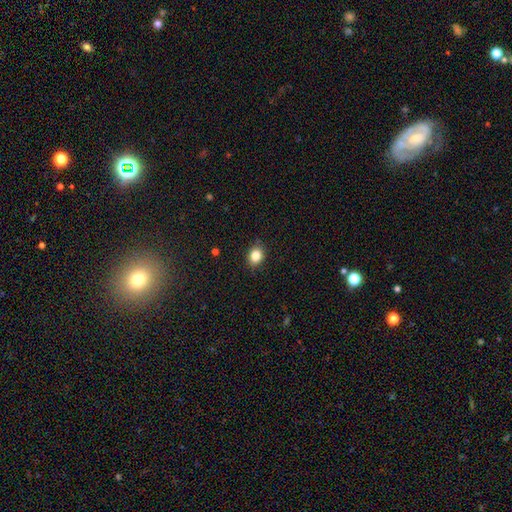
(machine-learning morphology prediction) Smooth or featured? smooth (84%)
How rounded? round (55%)
Merging? none (86%)